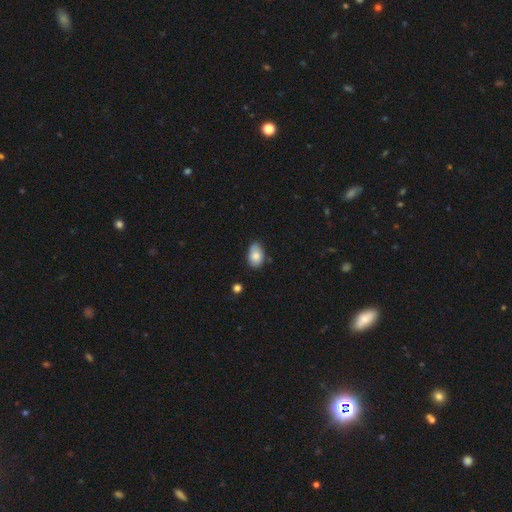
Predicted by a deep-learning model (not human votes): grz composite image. It shows a smooth galaxy with no disk features (82%) that is in between round and cigar-shaped (88%). Merging: none (73%).